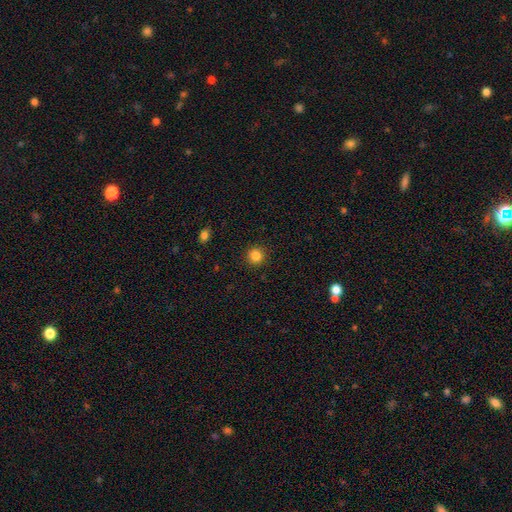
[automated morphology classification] This appears to be a smooth galaxy with no disk features (83%) that is round (94%). Merging: none (92%).